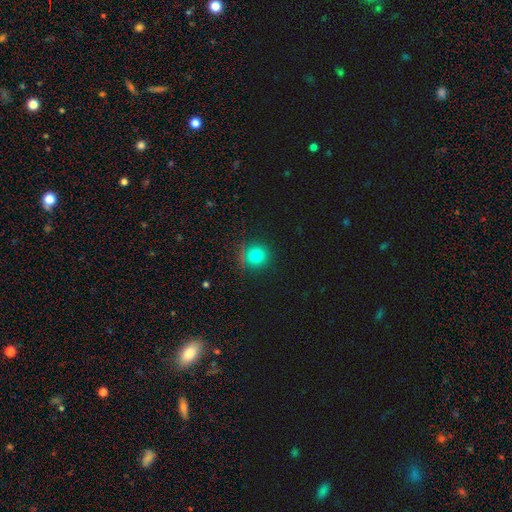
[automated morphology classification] This is likely a smooth galaxy (76%). How rounded: clearly round (93%). Merging: clearly none (84%).